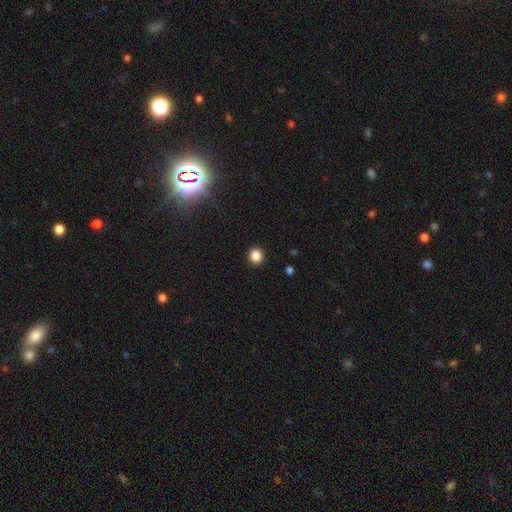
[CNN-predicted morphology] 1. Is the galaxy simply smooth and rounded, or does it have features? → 86% smooth, 11% star or artifact, 3% featured or disk.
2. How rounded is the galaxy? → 89% round, 10% in between, 1% cigar-shaped.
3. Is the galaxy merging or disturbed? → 93% none, 5% minor disturbance, 2% major disturbance, 1% merger.